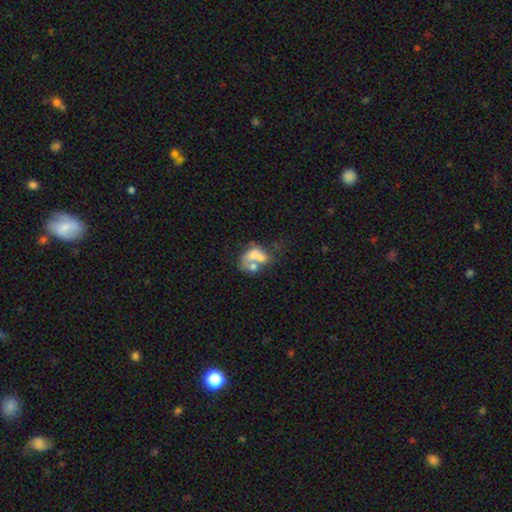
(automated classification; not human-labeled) Smooth or featured? Predicted: smooth (p=0.47). Merging? Predicted: merger (p=0.60).